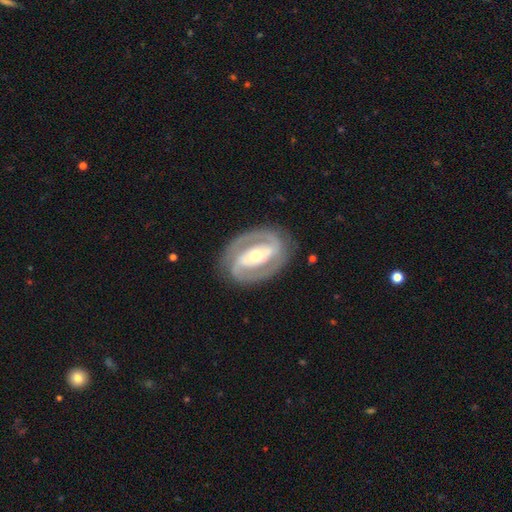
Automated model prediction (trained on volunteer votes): A featured or disk galaxy (87%) with a strong bar (54%), 2 (89%) tight (48%) spiral arms (89%) and a moderate central bulge (58%). Merging: none (84%).